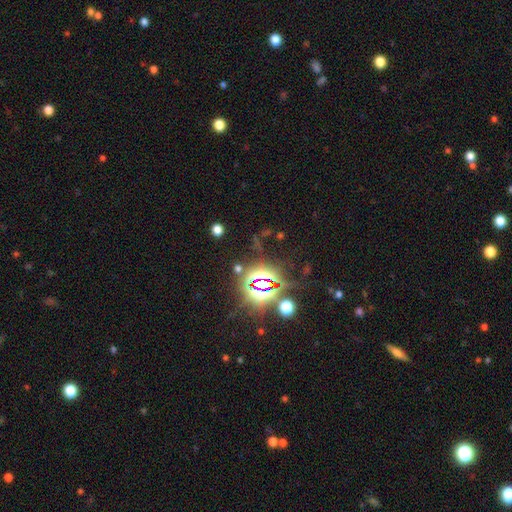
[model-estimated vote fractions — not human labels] The model was most divided on "smooth or featured": star or artifact: 82%, smooth: 10%, featured or disk: 8%.